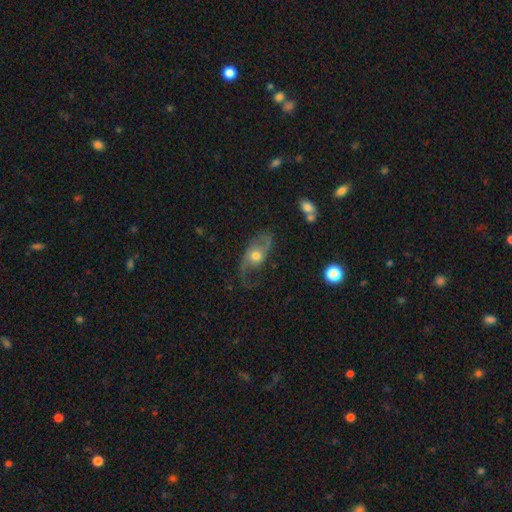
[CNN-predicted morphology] A featured or disk galaxy (68%) with no bar (73%), 2 (78%) loose (62%) spiral arms (83%) and a moderate central bulge (67%).

Vote fractions:
- Smooth or featured? featured or disk: 68% / smooth: 24% / star or artifact: 7%
- Edge-on disk? no: 91% / yes: 9%
- Bar? no: 73% / weak: 22% / strong: 5%
- Spiral arms? yes: 83% / no: 17%
- Spiral winding? loose: 62% / medium: 29% / tight: 8%
- Spiral arm count? 2: 78% / 1: 12% / can't tell: 6% / 3: 1% / 4: 1% / more than 4: 1%
- Bulge size? moderate: 67% / small: 21% / large: 10% / dominant: 2% / none: 1%
- Merging? none: 55% / major disturbance: 23% / minor disturbance: 20% / merger: 3%